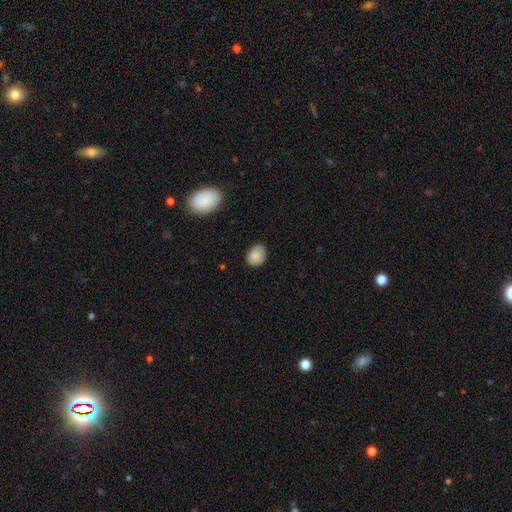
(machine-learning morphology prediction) smooth_or_featured: smooth (p=0.85) [alt: star or artifact p=0.08]
how_rounded: in between (p=0.54) [alt: round p=0.45]
merging: none (p=0.82) [alt: minor disturbance p=0.14]